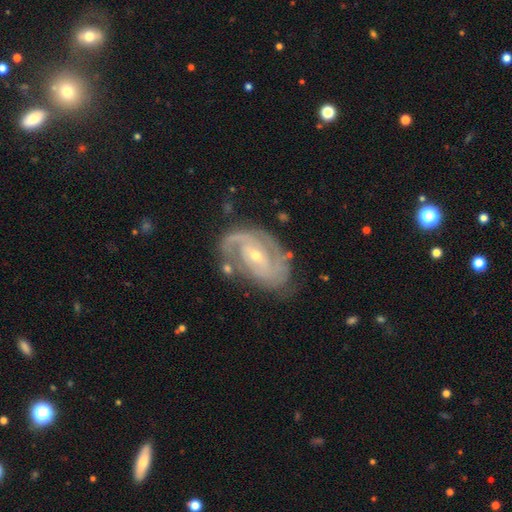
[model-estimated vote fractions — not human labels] Smooth or featured? Predicted: featured or disk (p=0.89). Edge-on disk? Predicted: no (p=0.97). Bar? Predicted: no (p=0.41, tied with weak). Spiral arms? Predicted: yes (p=0.96). Spiral winding? Predicted: tight (p=0.57). Spiral arm count? Predicted: 2 (p=0.59). Bulge size? Predicted: small (p=0.65). Merging? Predicted: none (p=0.66).